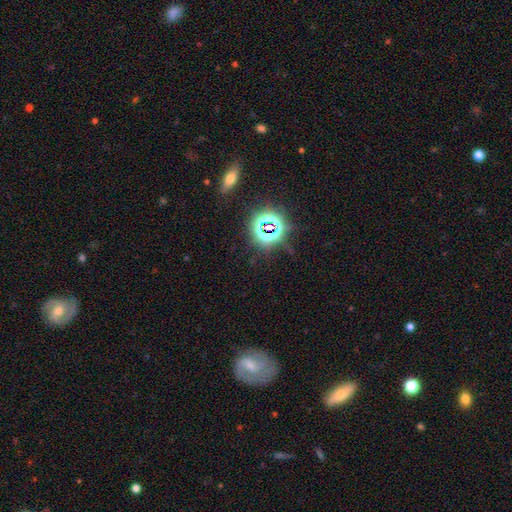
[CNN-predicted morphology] This appears to be a star or artifact, not a galaxy (70%).